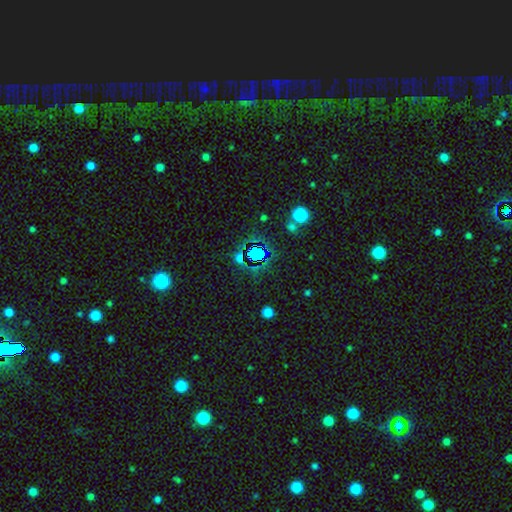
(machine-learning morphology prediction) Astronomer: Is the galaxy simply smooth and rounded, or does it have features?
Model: star or artifact — 65%.